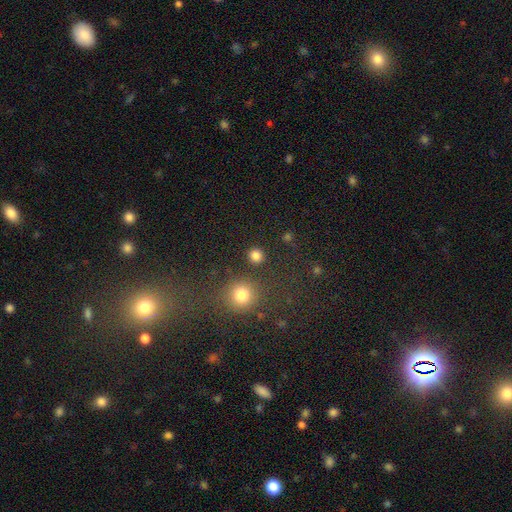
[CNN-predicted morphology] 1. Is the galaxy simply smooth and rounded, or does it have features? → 83% smooth, 14% star or artifact, 4% featured or disk.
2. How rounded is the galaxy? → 90% round, 9% in between, 1% cigar-shaped.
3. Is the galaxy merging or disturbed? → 88% none, 6% minor disturbance, 4% merger, 3% major disturbance.